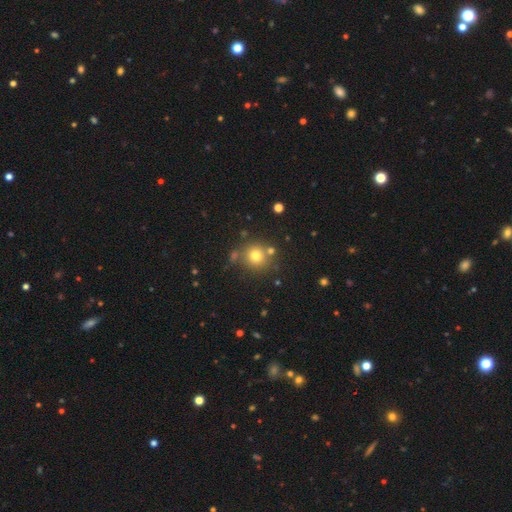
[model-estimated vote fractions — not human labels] smooth-or-featured: smooth: 75% | star or artifact: 15% | featured or disk: 9%
  how-rounded: round: 91% | in between: 8% | cigar-shaped: 1%
  merging: none: 76% | merger: 11% | minor disturbance: 10% | major disturbance: 4%